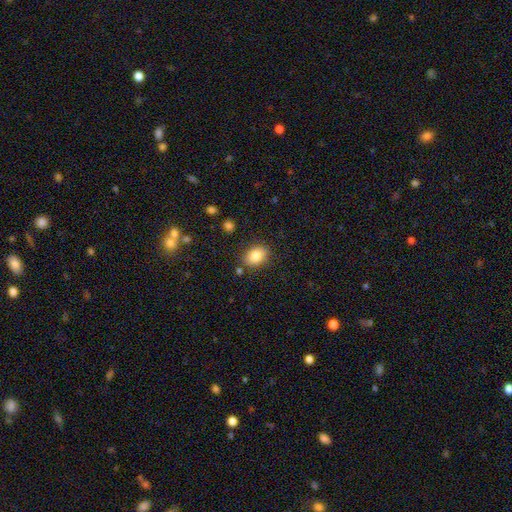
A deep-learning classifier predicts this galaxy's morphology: smooth-or-featured: smooth: 84% | star or artifact: 9% | featured or disk: 8%
  how-rounded: in between: 77% | round: 22% | cigar-shaped: 1%
  merging: none: 82% | minor disturbance: 12% | merger: 3% | major disturbance: 3%